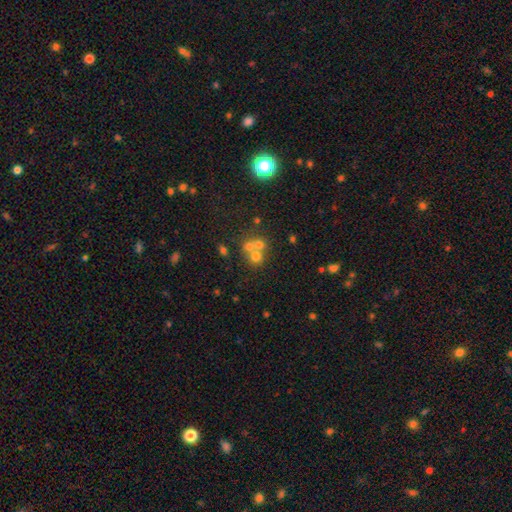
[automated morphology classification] Overall: smooth (59%; featured or disk 23%). How rounded: round (82%). Merging: merger (55%; none 35%).